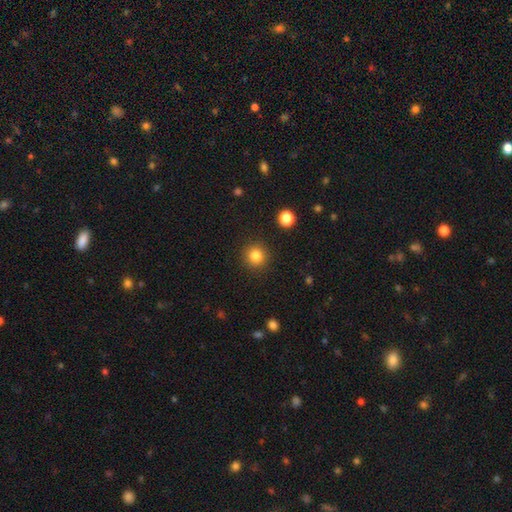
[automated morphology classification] Overall: smooth (83%). How rounded: round (94%). Merging: none (91%).